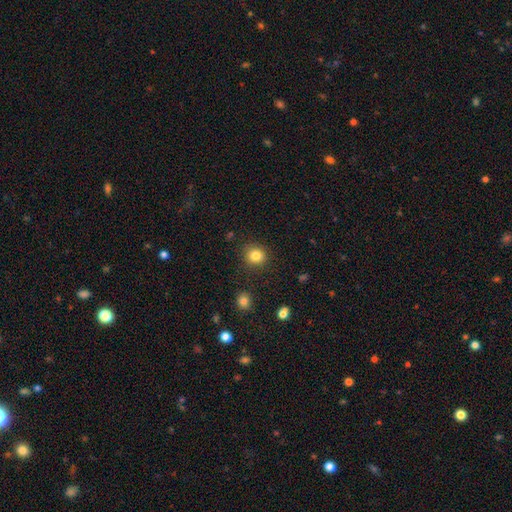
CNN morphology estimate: This appears to be a smooth galaxy with no disk features (83%) that is round (84%). Merging: none (88%).